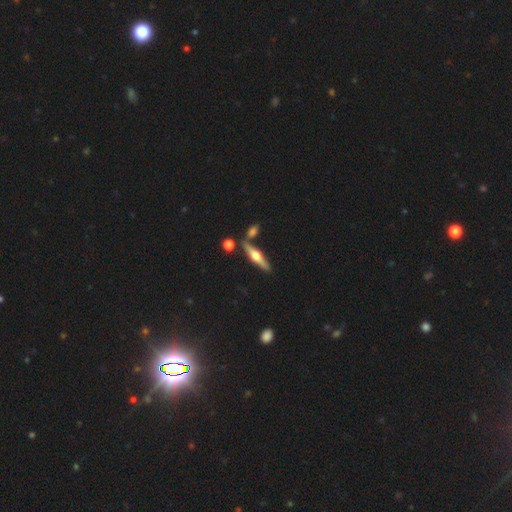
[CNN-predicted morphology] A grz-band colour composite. It shows a featured or disk galaxy (66%) viewed edge-on (96%) with a rounded central bulge (92%). Merging: none (77%).